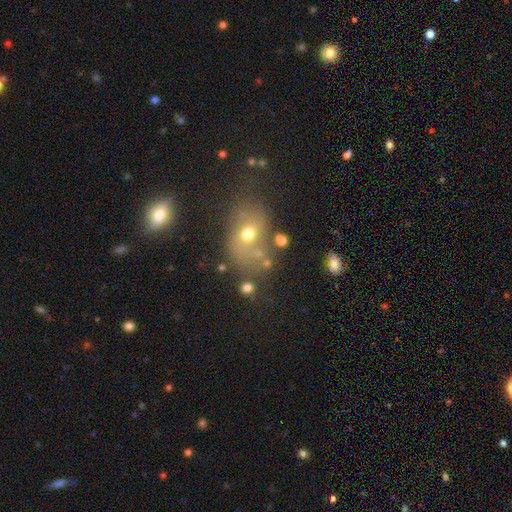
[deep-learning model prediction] Q: Smooth or featured?
A: smooth (57%); runner-up: featured or disk (23%)
Q: How rounded?
A: in between (64%); runner-up: round (34%)
Q: Merging?
A: none (53%); runner-up: minor disturbance (19%)